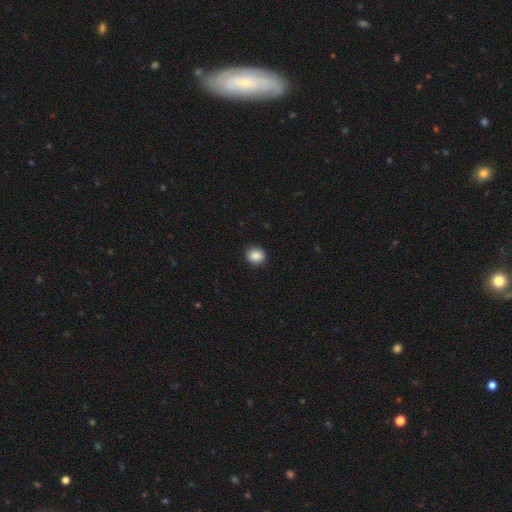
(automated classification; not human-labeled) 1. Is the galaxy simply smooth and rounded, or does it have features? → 88% smooth, 9% star or artifact, 3% featured or disk.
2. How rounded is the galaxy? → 78% round, 21% in between, 1% cigar-shaped.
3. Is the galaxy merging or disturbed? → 91% none, 6% minor disturbance, 2% major disturbance, 1% merger.